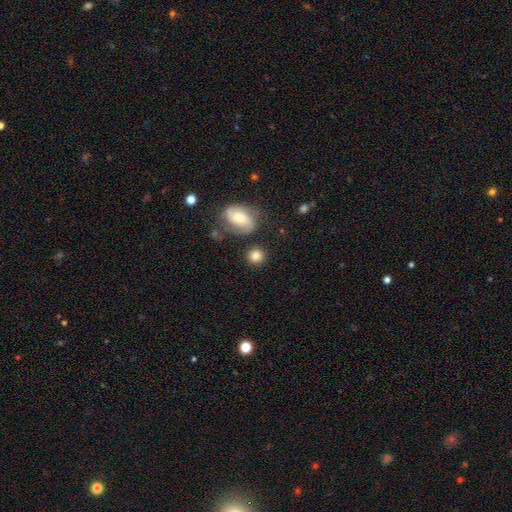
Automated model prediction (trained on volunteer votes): smooth 79%, featured or disk 13%, star or artifact 8%. Down the decision tree: how rounded — round (86%); merging — none (79%).